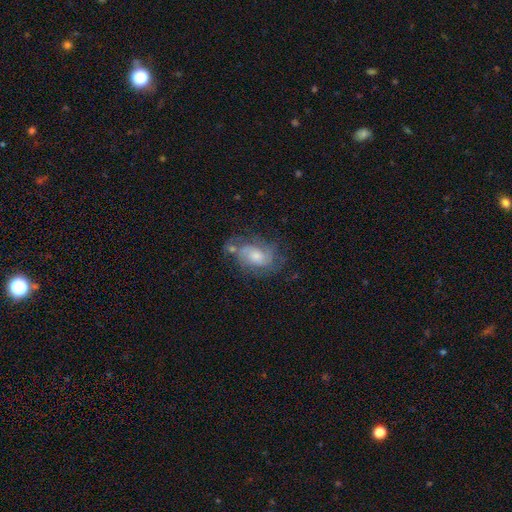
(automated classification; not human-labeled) smooth-or-featured: featured or disk: 65% | smooth: 25% | star or artifact: 10%
  disk-edge-on: no: 96% | yes: 4%
    bar: no: 71% | weak: 26% | strong: 4%
    has-spiral-arms: yes: 81% | no: 19%
      spiral-winding: tight: 45% | medium: 39% | loose: 16%
      spiral-arm-count: can't tell: 44% | 2: 29% | 3: 13% | 1: 6% | 4: 5% | more than 4: 4%
    bulge-size: moderate: 51% | small: 31% | large: 11% | none: 5% | dominant: 2%
  merging: none: 57% | minor disturbance: 22% | major disturbance: 14% | merger: 6%